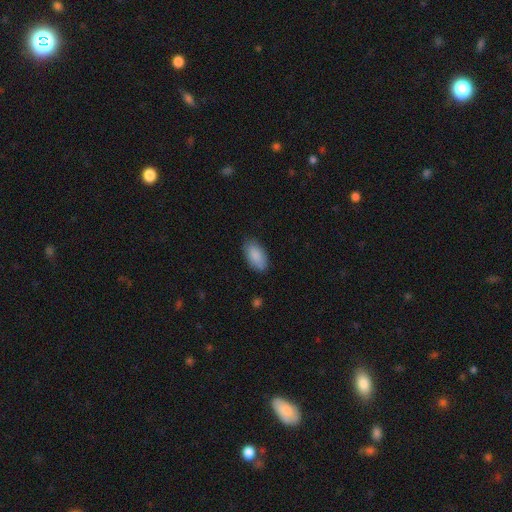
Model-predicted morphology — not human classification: Q: Smooth or featured?
A: smooth (89%); runner-up: star or artifact (6%)
Q: How rounded?
A: in between (93%); runner-up: cigar-shaped (4%)
Q: Merging?
A: none (85%); runner-up: minor disturbance (11%)